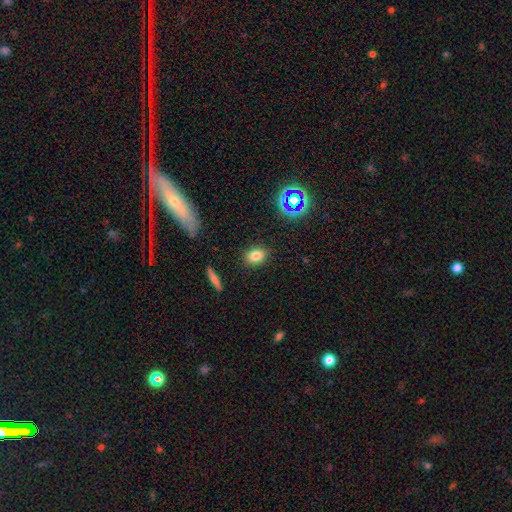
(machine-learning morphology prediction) Q: Smooth or featured?
A: smooth (80%); runner-up: star or artifact (13%)
Q: How rounded?
A: in between (67%); runner-up: round (30%)
Q: Merging?
A: none (87%); runner-up: minor disturbance (9%)